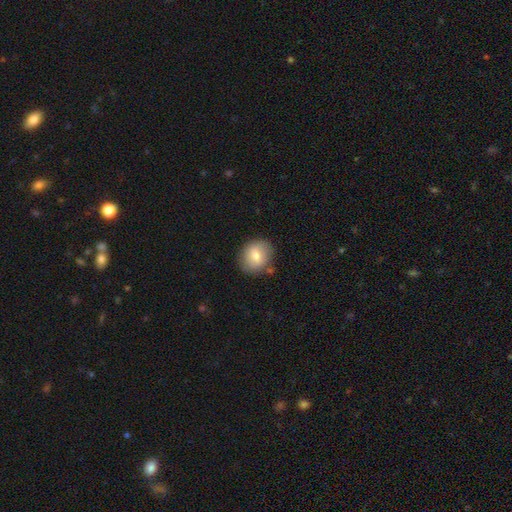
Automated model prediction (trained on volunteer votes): smooth 75%, featured or disk 18%, star or artifact 8%. Down the decision tree: how rounded — round (72%); merging — none (80%).